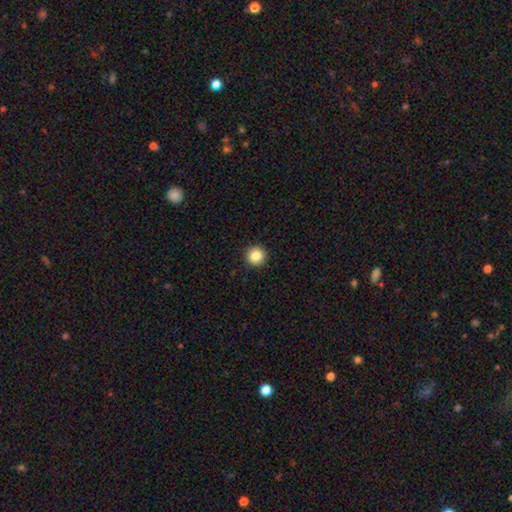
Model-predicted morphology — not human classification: This appears to be a smooth galaxy with no disk features (85%) that is round (94%). Merging: none (92%).